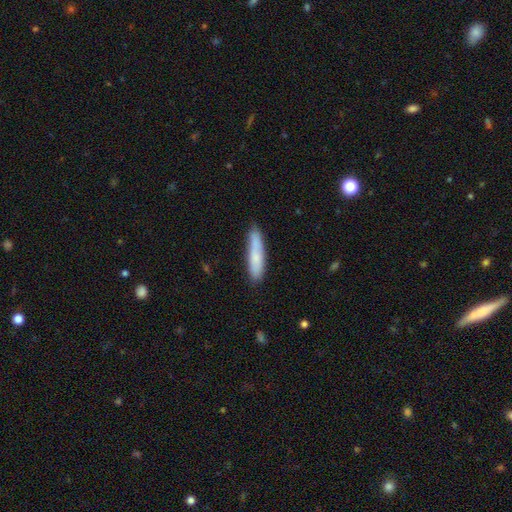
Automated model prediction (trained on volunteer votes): Overall: smooth (75%). How rounded: cigar-shaped (81%). Merging: none (79%).